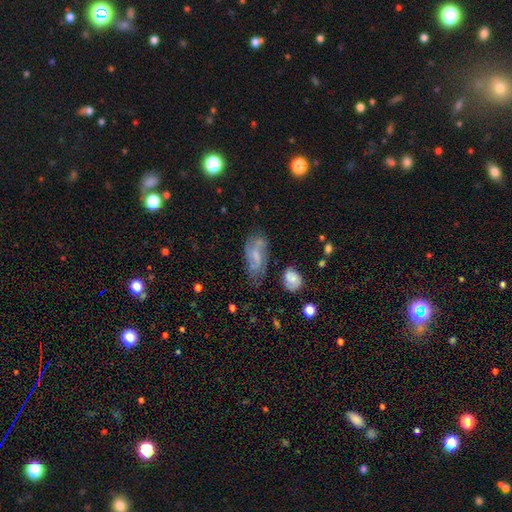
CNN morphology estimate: Smooth or featured: featured or disk — 57% (smooth — 34%)
Edge-on disk: no — 92% (yes — 8%)
Bar: weak — 48% (no — 39%)
Spiral arms: yes — 79% (no — 21%)
Bulge size: small — 50% (moderate — 26%)
Merging: none — 58% (minor disturbance — 25%)